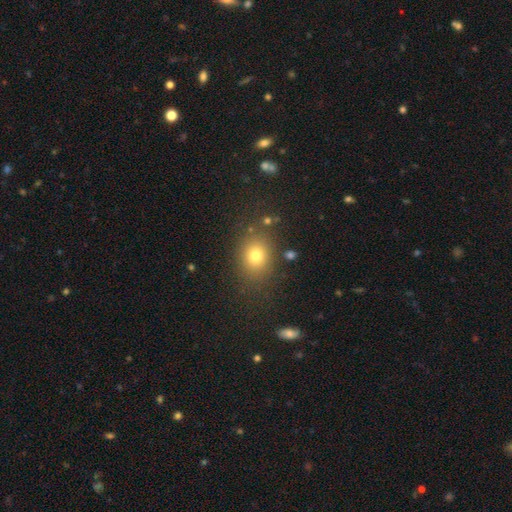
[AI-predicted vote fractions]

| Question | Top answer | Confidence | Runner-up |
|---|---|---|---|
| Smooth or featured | smooth | 75% | star or artifact (15%) |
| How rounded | in between | 53% | round (46%) |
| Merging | none | 81% | minor disturbance (11%) |